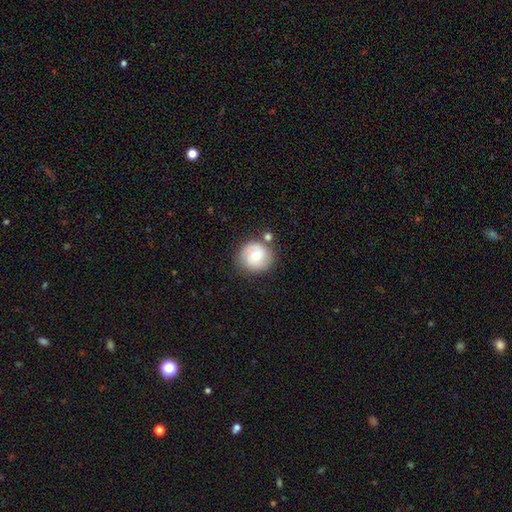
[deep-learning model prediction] Smooth or featured: smooth — 59% (featured or disk — 34%)
How rounded: round — 90% (in between — 9%)
Merging: none — 70% (minor disturbance — 16%)